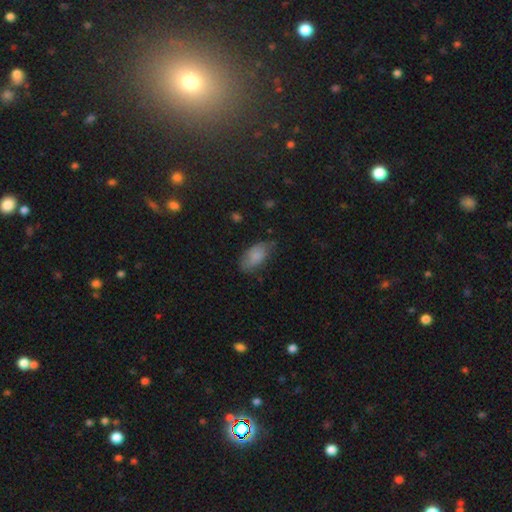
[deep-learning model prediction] Overall: smooth (78%). How rounded: in between (92%). Merging: none (60%; minor disturbance 30%).